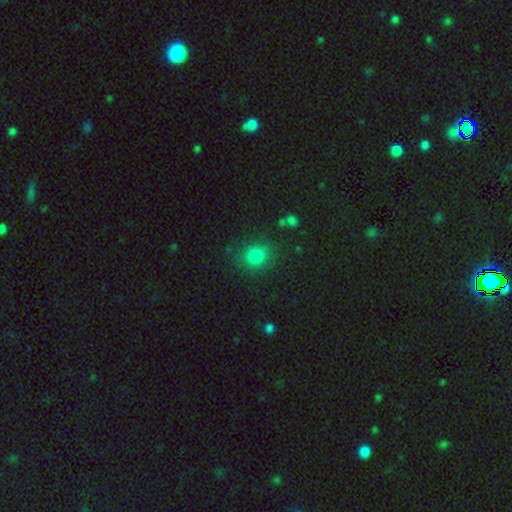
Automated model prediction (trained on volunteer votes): smooth-or-featured: smooth: 82% | star or artifact: 13% | featured or disk: 5%
  how-rounded: round: 82% | in between: 17% | cigar-shaped: 1%
  merging: none: 83% | minor disturbance: 10% | major disturbance: 4% | merger: 3%